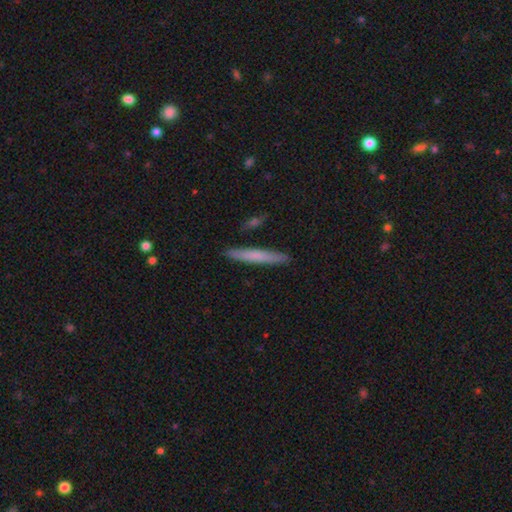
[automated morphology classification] This appears to be a smooth galaxy with no disk features (66%) that is cigar-shaped (96%). Merging: none (90%).